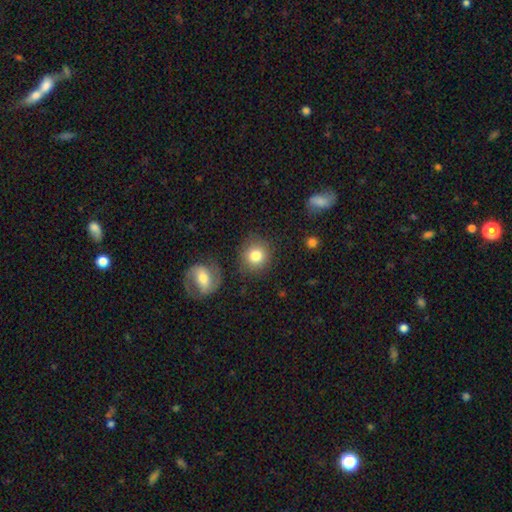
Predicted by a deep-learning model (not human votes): The model was most divided on "merging": none: 81%, minor disturbance: 10%, merger: 5%, major disturbance: 4%. More confident: how rounded — round (89%); smooth or featured — smooth (82%).